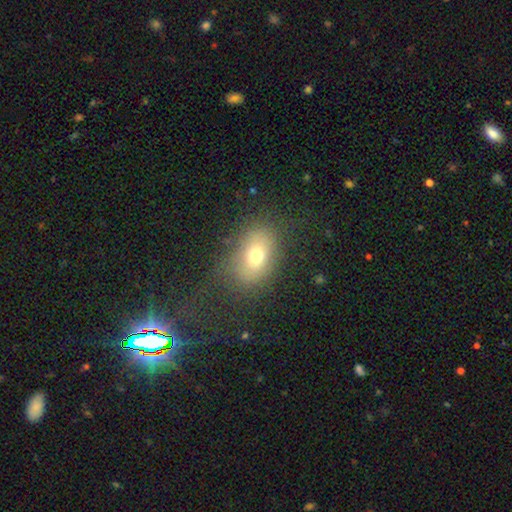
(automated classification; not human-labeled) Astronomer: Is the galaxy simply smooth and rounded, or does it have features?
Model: smooth — 71%.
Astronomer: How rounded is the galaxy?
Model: in between — 78%.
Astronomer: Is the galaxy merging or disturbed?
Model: none — 65%.